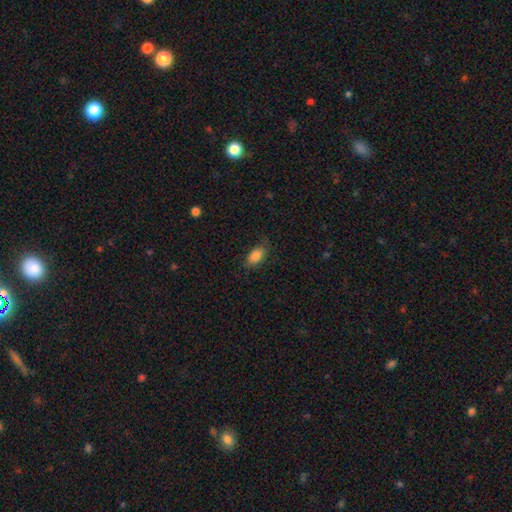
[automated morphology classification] type=smooth (86%); roundness=in between (90%); merging=none (77%).